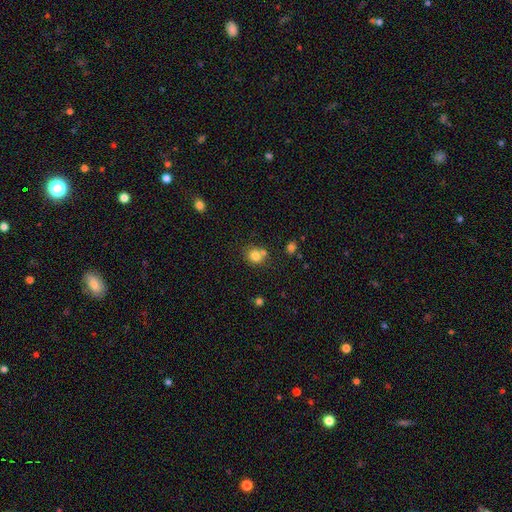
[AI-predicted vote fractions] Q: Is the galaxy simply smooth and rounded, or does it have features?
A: smooth — 79%.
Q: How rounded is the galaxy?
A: round — 79%.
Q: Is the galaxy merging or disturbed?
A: none — 58%.